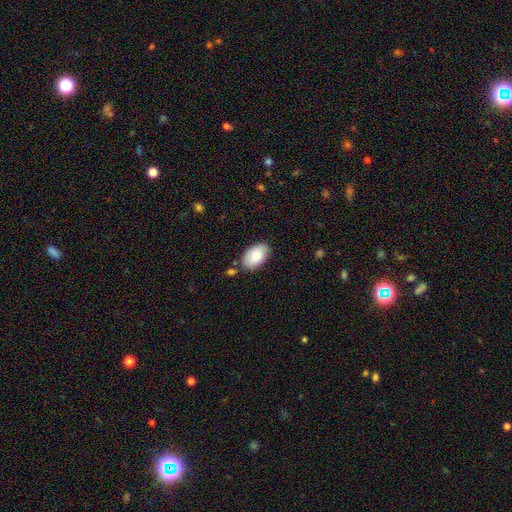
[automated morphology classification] Overall: smooth (86%). How rounded: in between (94%). Merging: none (78%).